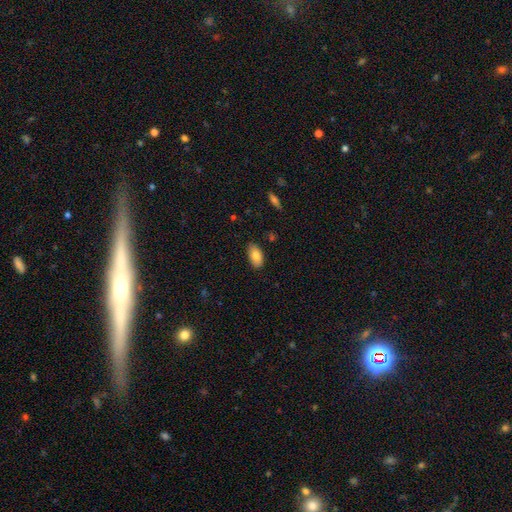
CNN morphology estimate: Smooth or featured? smooth (83%)
How rounded? in between (94%)
Merging? none (85%)